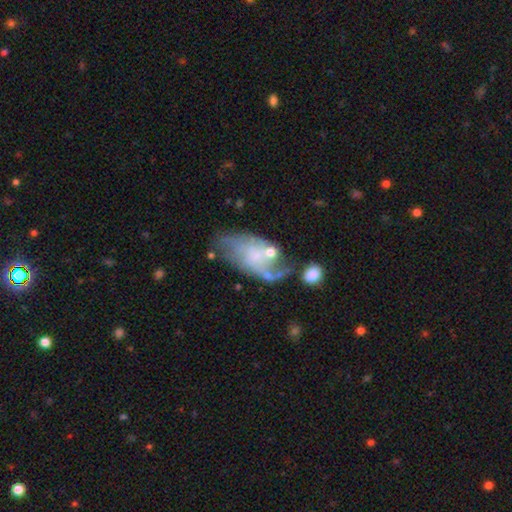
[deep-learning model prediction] A featured or disk galaxy (65%) with no bar (72%), spiral arms (67%) and no central bulge (39%, tied with small). Merging: none (38%).